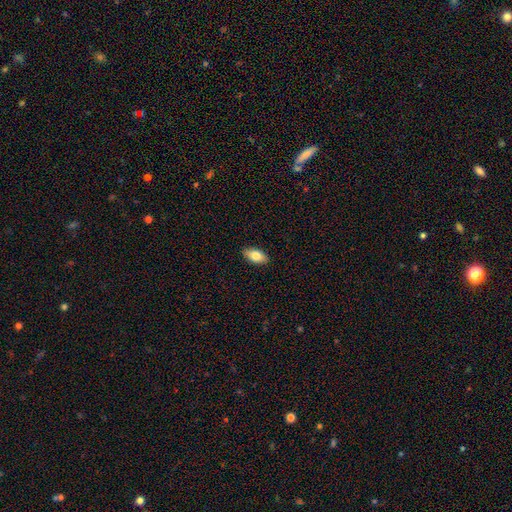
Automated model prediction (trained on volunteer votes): smooth_or_featured: smooth (p=0.79) [alt: featured or disk p=0.14]
how_rounded: in between (p=0.91) [alt: cigar-shaped p=0.05]
merging: none (p=0.89) [alt: minor disturbance p=0.09]